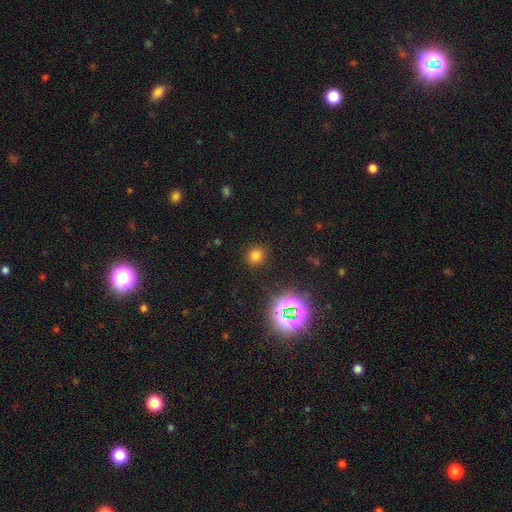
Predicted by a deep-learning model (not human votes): A smooth galaxy with no disk features (72%) that is round (81%).

Vote fractions:
- Smooth or featured? smooth: 72% / star or artifact: 23% / featured or disk: 6%
- How rounded? round: 81% / in between: 18% / cigar-shaped: 1%
- Merging? none: 88% / minor disturbance: 7% / major disturbance: 3% / merger: 2%